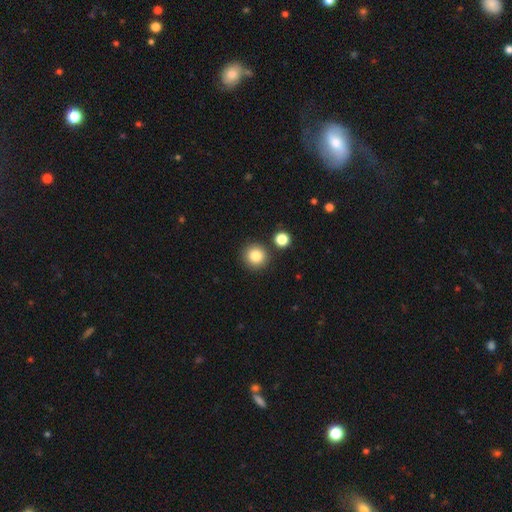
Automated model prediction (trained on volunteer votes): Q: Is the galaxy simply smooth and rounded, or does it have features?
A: smooth — 85%.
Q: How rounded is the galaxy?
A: round — 93%.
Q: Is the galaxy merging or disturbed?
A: none — 85%.